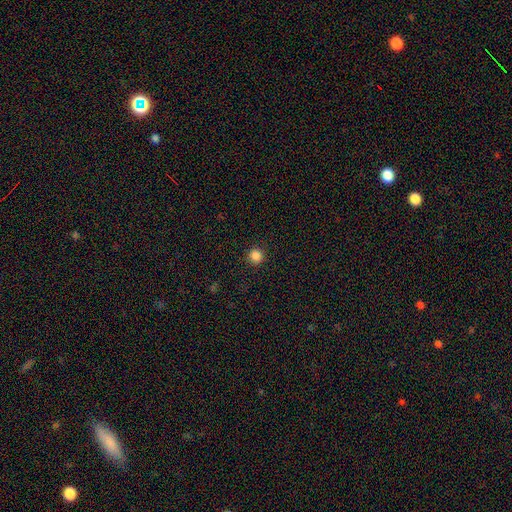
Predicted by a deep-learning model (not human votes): Smooth or featured: smooth — 86% (star or artifact — 12%)
How rounded: round — 94% (in between — 5%)
Merging: none — 92% (minor disturbance — 5%)